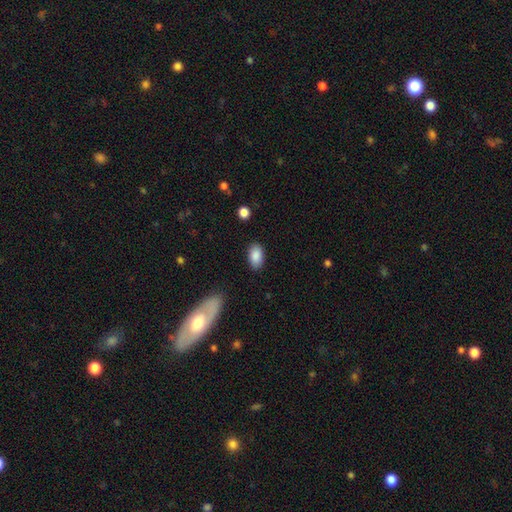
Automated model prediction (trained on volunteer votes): A smooth galaxy with no disk features (88%) that is in between round and cigar-shaped (92%). Merging: none (86%).